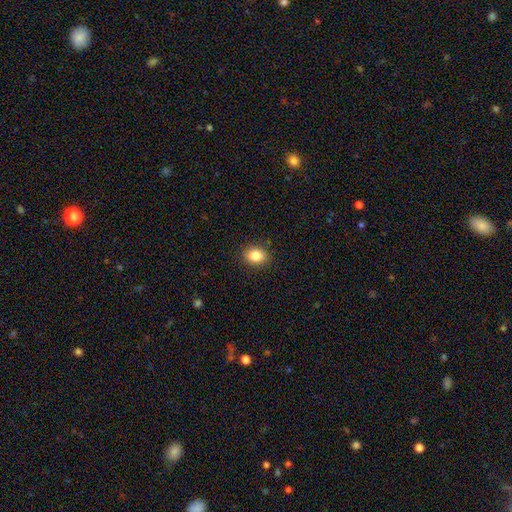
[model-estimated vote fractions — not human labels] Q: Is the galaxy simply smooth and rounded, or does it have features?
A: smooth — 85%.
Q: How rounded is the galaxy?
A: in between — 56%.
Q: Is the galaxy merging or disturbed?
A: none — 89%.